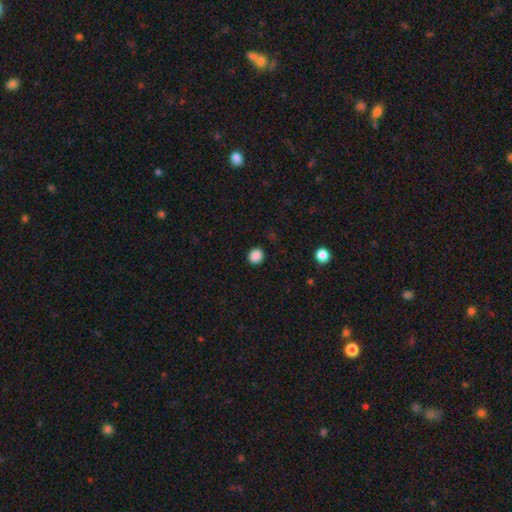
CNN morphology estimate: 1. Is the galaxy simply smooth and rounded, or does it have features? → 87% smooth, 10% star or artifact, 2% featured or disk.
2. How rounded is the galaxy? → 87% round, 12% in between, 1% cigar-shaped.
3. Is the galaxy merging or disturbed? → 91% none, 6% minor disturbance, 2% major disturbance, 1% merger.